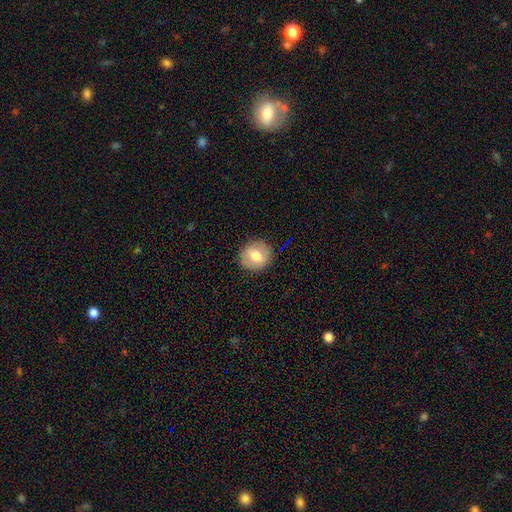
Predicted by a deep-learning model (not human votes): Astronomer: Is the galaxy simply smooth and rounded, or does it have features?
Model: smooth — 73%.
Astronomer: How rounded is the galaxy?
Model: round — 83%.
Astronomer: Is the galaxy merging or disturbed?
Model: none — 89%.